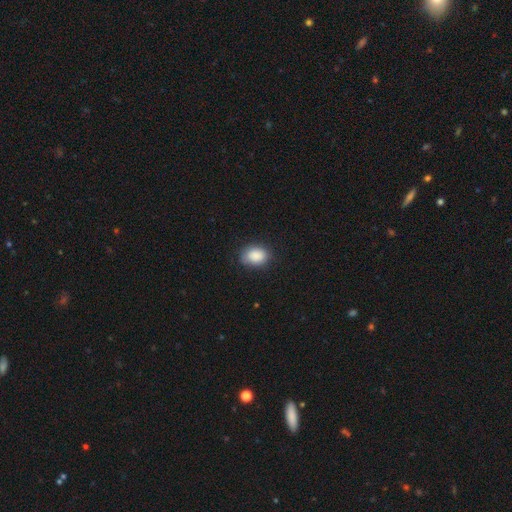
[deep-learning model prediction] The model was most divided on "how rounded": in between: 69%, round: 30%, cigar-shaped: 1%. More confident: smooth or featured — smooth (88%); merging — none (79%).